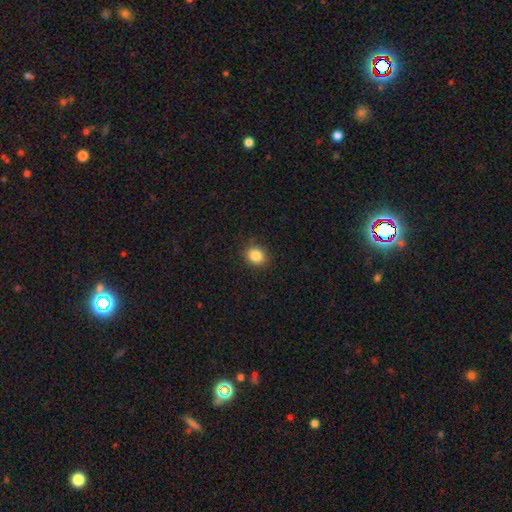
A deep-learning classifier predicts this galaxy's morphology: Smooth or featured?
  - smooth: 84% *
  - star or artifact: 11%
  - featured or disk: 5%
How rounded?
  - round: 76% *
  - in between: 23%
  - cigar-shaped: 1%
Merging?
  - none: 88% *
  - minor disturbance: 8%
  - major disturbance: 2%
  - merger: 1%